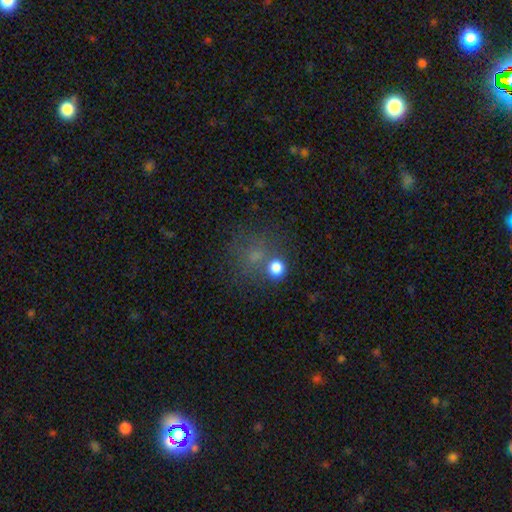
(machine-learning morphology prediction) This is possibly a smooth galaxy (58%). How rounded: clearly round (81%). Merging: likely none (60%).